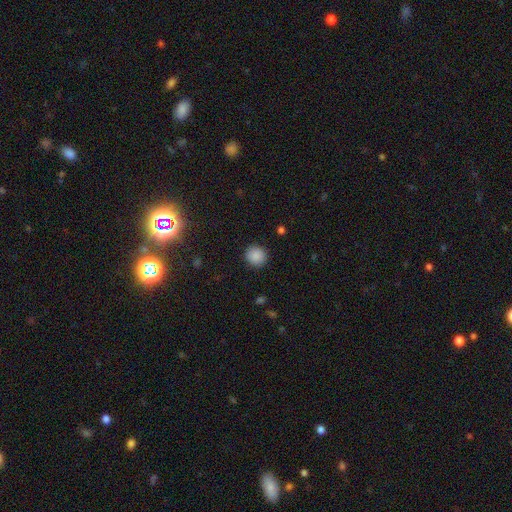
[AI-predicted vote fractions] Smooth or featured: smooth — 87% (star or artifact — 10%)
How rounded: round — 92% (in between — 7%)
Merging: none — 90% (minor disturbance — 7%)